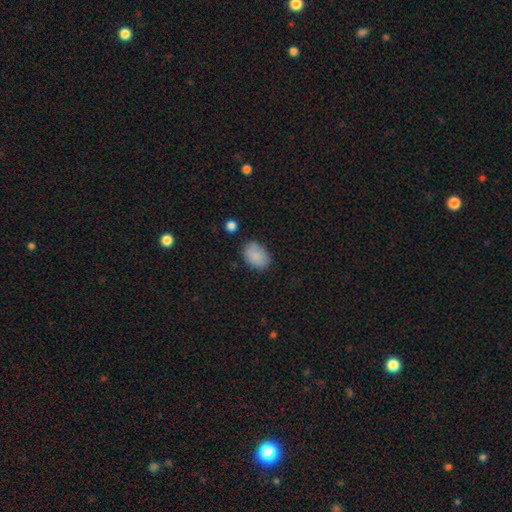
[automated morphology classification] Smooth or featured? Predicted: smooth (p=0.87). How rounded? Predicted: in between (p=0.83). Merging? Predicted: none (p=0.76).